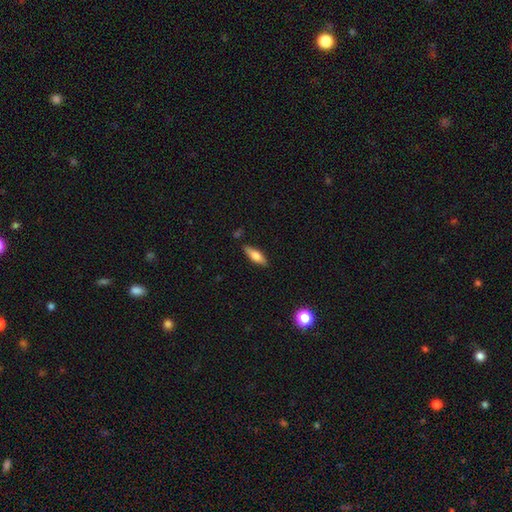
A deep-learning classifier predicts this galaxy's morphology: Smooth or featured: smooth — 65% (featured or disk — 28%)
How rounded: in between — 55% (cigar-shaped — 42%)
Merging: none — 83% (minor disturbance — 12%)